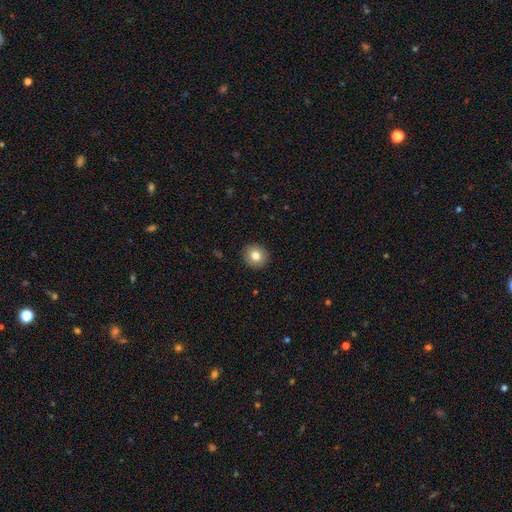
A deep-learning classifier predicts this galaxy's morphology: The model was most divided on "smooth or featured": smooth: 80%, featured or disk: 10%, star or artifact: 9%. More confident: merging — none (92%); how rounded — round (90%).